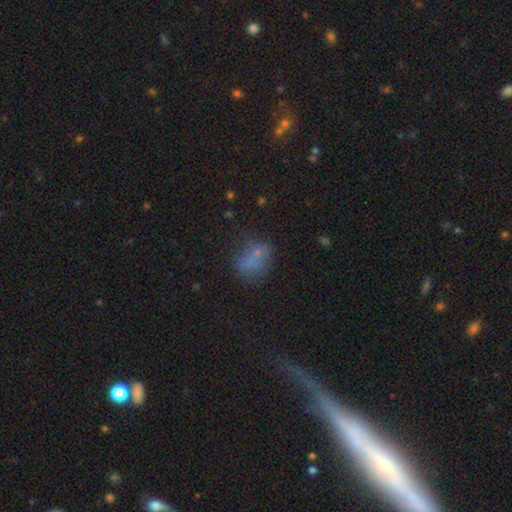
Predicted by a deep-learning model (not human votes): A smooth galaxy with no disk features (61%) that is in between round and cigar-shaped (63%).

Vote fractions:
- Smooth or featured? smooth: 61% / star or artifact: 21% / featured or disk: 18%
- How rounded? in between: 63% / round: 33% / cigar-shaped: 4%
- Merging? none: 56% / minor disturbance: 20% / merger: 13% / major disturbance: 11%